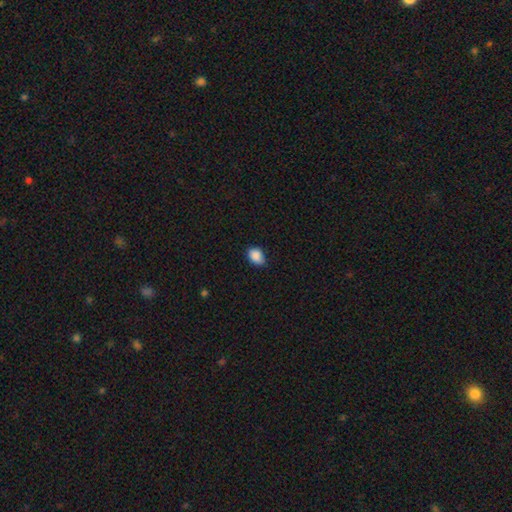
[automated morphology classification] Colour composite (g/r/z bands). It shows a smooth galaxy with no disk features (88%) that is in between round and cigar-shaped (73%). Merging: none (65%).